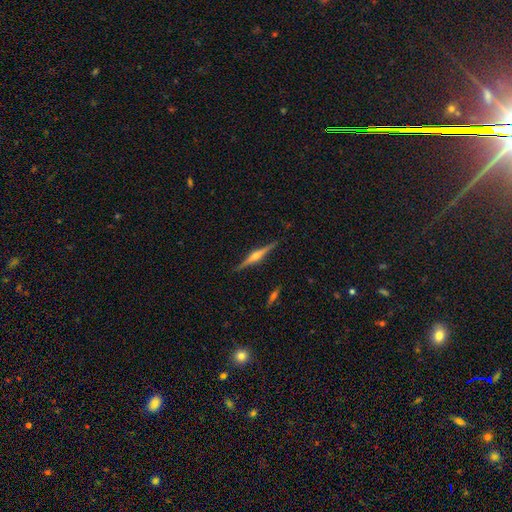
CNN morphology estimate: Smooth or featured? featured or disk (83%)
Edge-on disk? yes (99%)
Edge-on bulge? rounded (89%)
Merging? none (91%)